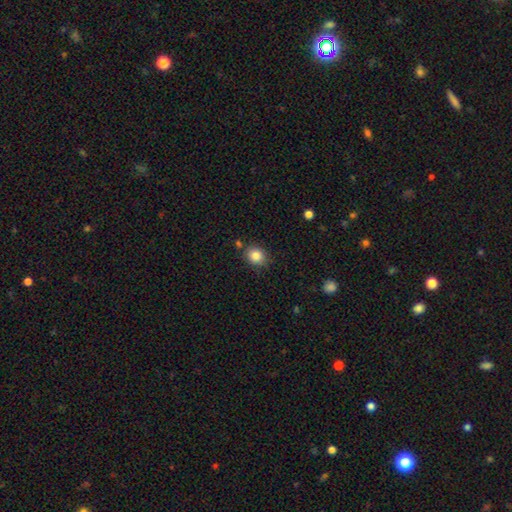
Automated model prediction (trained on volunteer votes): smooth-or-featured: smooth: 84% | star or artifact: 10% | featured or disk: 6%
  how-rounded: round: 67% | in between: 32% | cigar-shaped: 1%
  merging: none: 80% | minor disturbance: 12% | merger: 5% | major disturbance: 3%